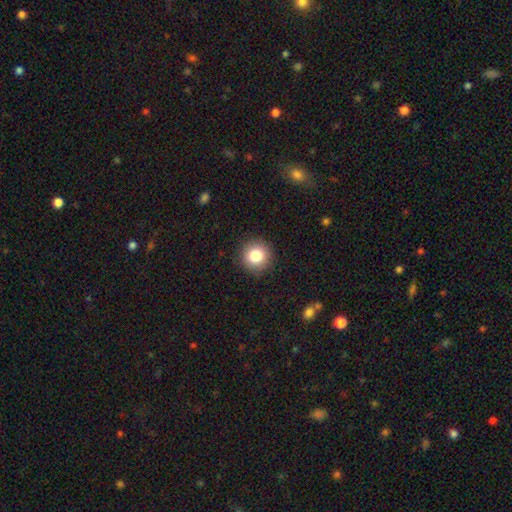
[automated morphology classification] Smooth or featured: smooth — 83% (star or artifact — 10%)
How rounded: round — 94% (in between — 5%)
Merging: none — 91% (minor disturbance — 6%)